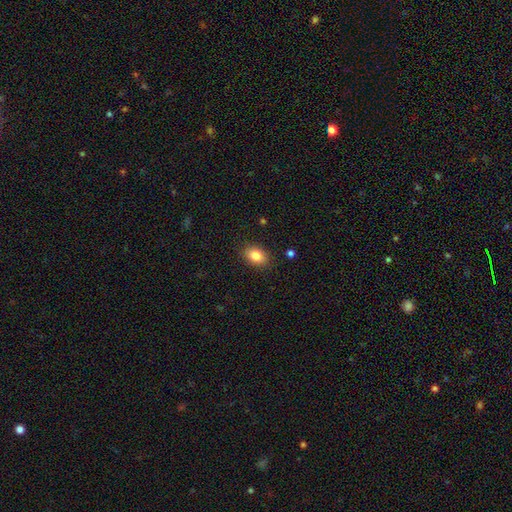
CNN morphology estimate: smooth-or-featured: smooth: 84% | star or artifact: 9% | featured or disk: 7%
  how-rounded: in between: 78% | round: 20% | cigar-shaped: 1%
  merging: none: 88% | minor disturbance: 9% | major disturbance: 2% | merger: 1%